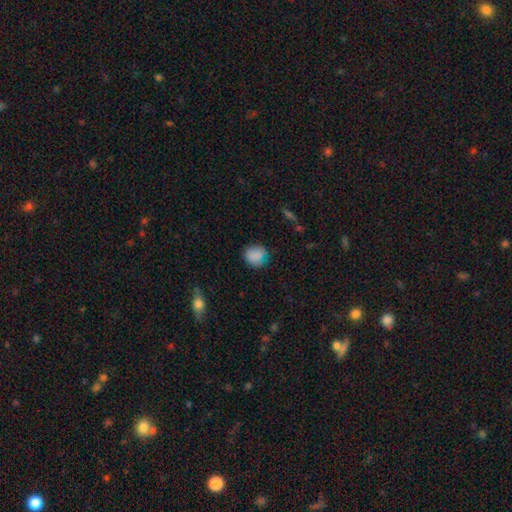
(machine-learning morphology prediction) Smooth or featured: smooth — 85% (star or artifact — 9%)
How rounded: round — 73% (in between — 26%)
Merging: none — 71% (minor disturbance — 21%)